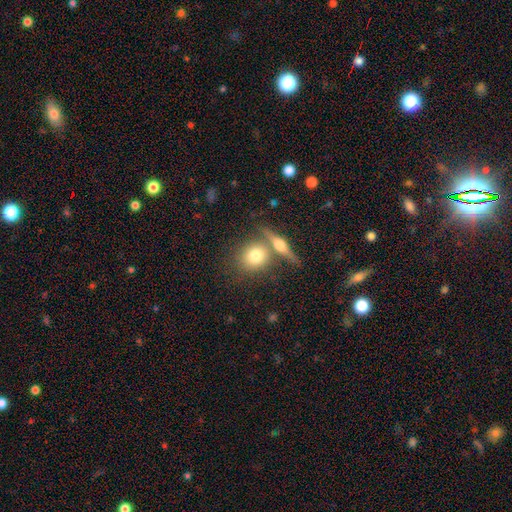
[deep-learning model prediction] smooth 69%, featured or disk 23%, star or artifact 9%. Down the decision tree: how rounded — round (76%); merging — none (56%).